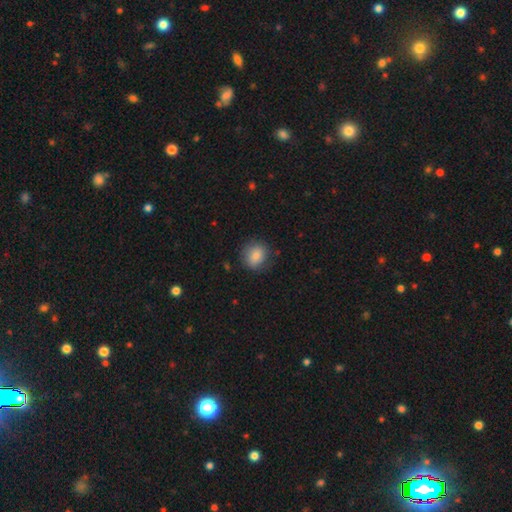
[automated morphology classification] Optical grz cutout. It shows a smooth galaxy with no disk features (80%) that is round (79%). Merging: none (80%).